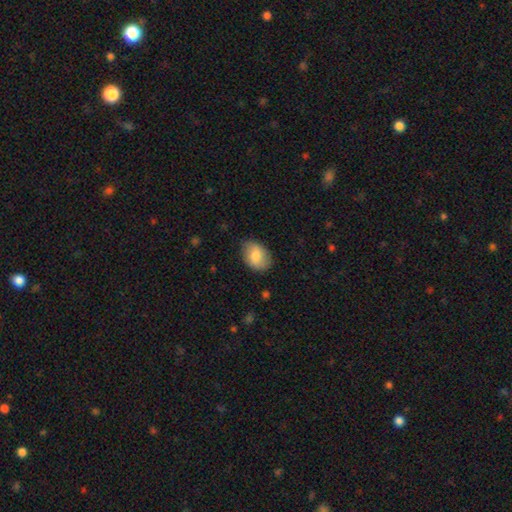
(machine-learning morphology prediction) smooth-or-featured: smooth: 77% | featured or disk: 16% | star or artifact: 7%
  how-rounded: in between: 78% | round: 21% | cigar-shaped: 1%
  merging: none: 80% | minor disturbance: 16% | major disturbance: 3% | merger: 1%